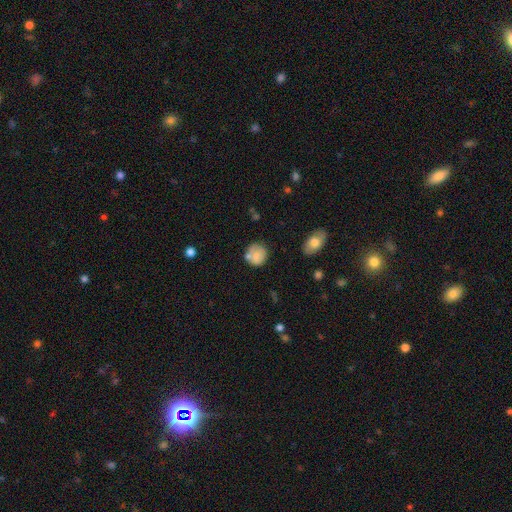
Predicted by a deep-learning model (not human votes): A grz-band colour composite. It shows a smooth galaxy with no disk features (71%) that is round (82%). Merging: none (60%).